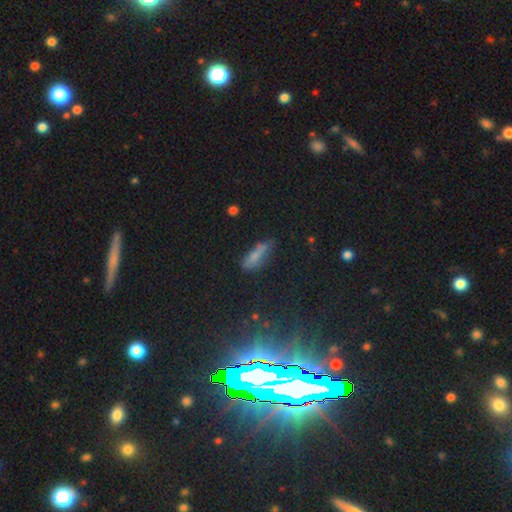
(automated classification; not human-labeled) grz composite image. It shows a smooth galaxy with no disk features (61%) that is cigar-shaped (49%). Merging: none (54%).